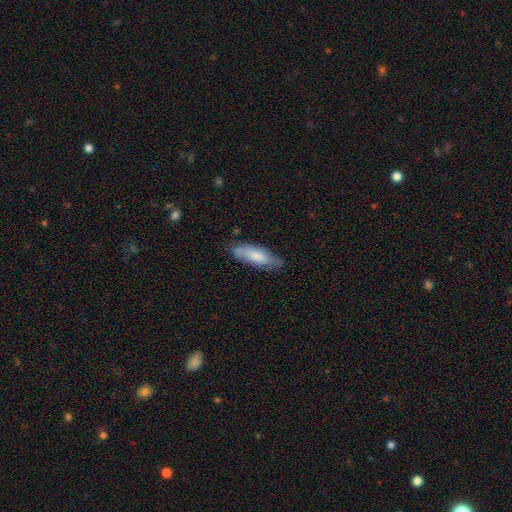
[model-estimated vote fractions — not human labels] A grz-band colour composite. It shows a smooth galaxy with no disk features (72%) that is in between round and cigar-shaped (60%). Merging: none (68%).